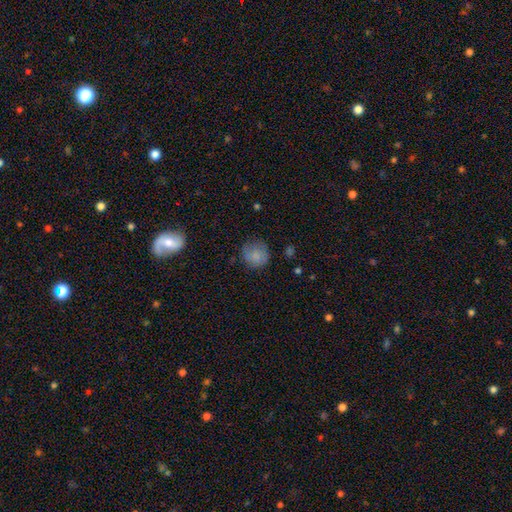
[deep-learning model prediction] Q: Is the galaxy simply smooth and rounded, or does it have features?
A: smooth — 80%.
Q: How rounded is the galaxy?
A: round — 89%.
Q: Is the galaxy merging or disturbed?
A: none — 74%.